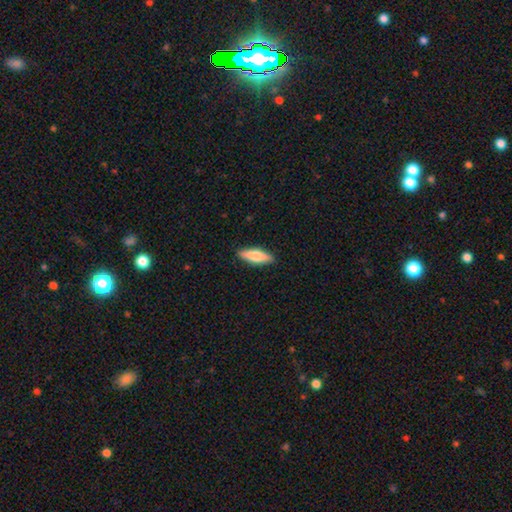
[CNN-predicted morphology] This appears to be a smooth galaxy with no disk features (68%) that is cigar-shaped (51%). Merging: none (90%).